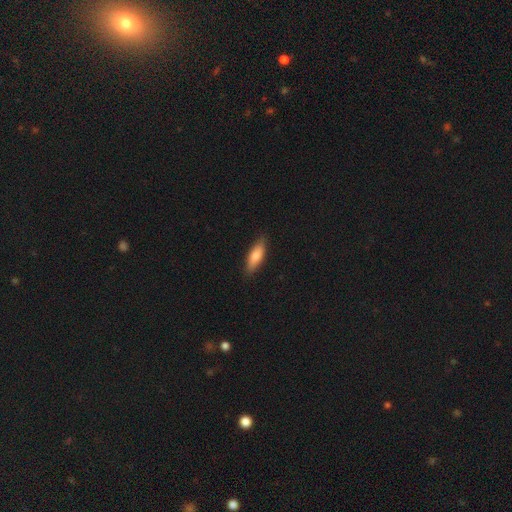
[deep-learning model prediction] smooth-or-featured: smooth: 78% | featured or disk: 17% | star or artifact: 6%
  how-rounded: in between: 58% | cigar-shaped: 40% | round: 2%
  merging: none: 86% | minor disturbance: 11% | major disturbance: 2% | merger: 1%